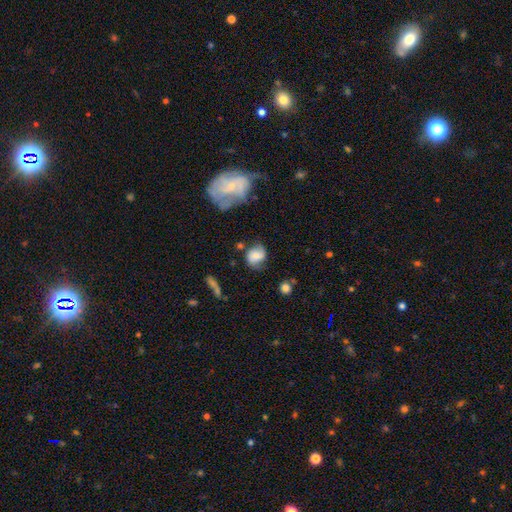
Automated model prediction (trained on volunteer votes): This is possibly a smooth galaxy (57%). How rounded: possibly round (53%). Merging: possibly none (59%).